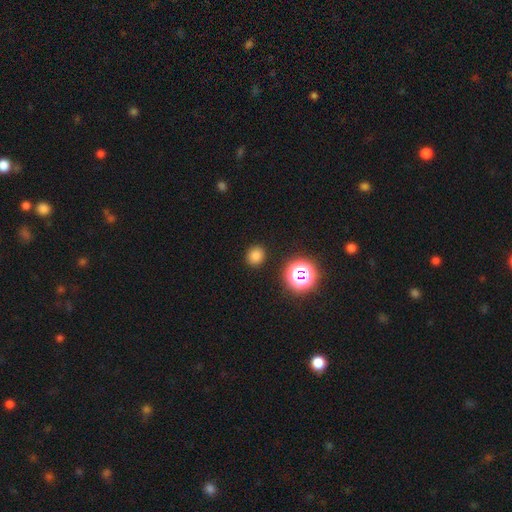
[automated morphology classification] type=smooth (77%); roundness=round (77%); merging=none (89%).